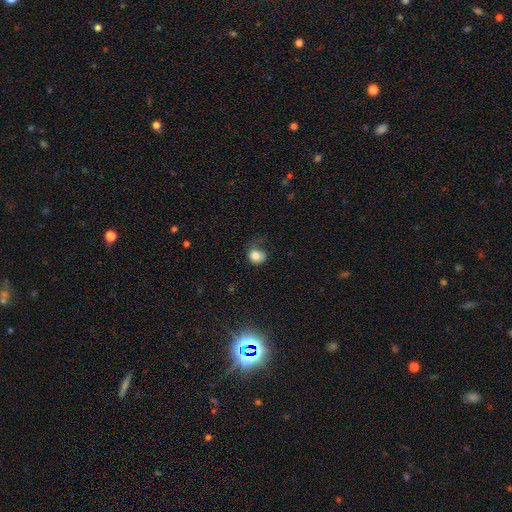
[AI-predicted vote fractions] Q: Smooth or featured?
A: smooth (79%); runner-up: featured or disk (11%)
Q: How rounded?
A: round (72%); runner-up: in between (27%)
Q: Merging?
A: none (39%); runner-up: major disturbance (30%)